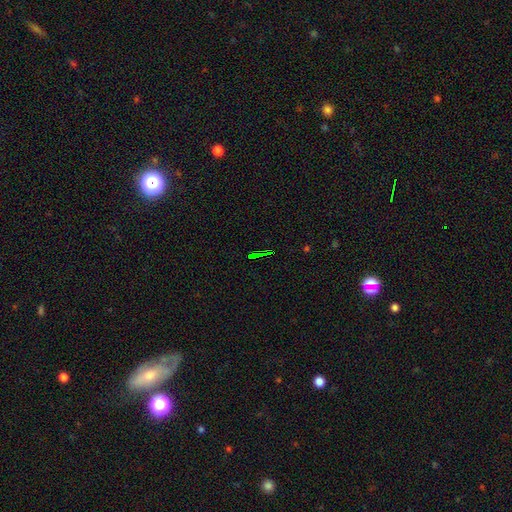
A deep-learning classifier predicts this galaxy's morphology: Smooth or featured?
  - star or artifact: 68% *
  - smooth: 18%
  - featured or disk: 14%